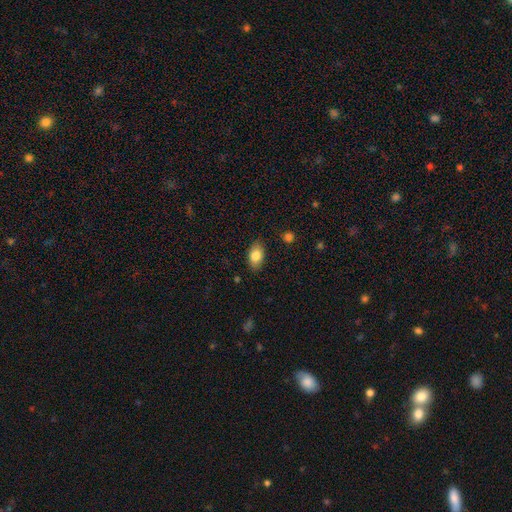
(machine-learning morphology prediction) smooth 83%, featured or disk 10%, star or artifact 7%. Down the decision tree: how rounded — in between (90%); merging — none (85%).